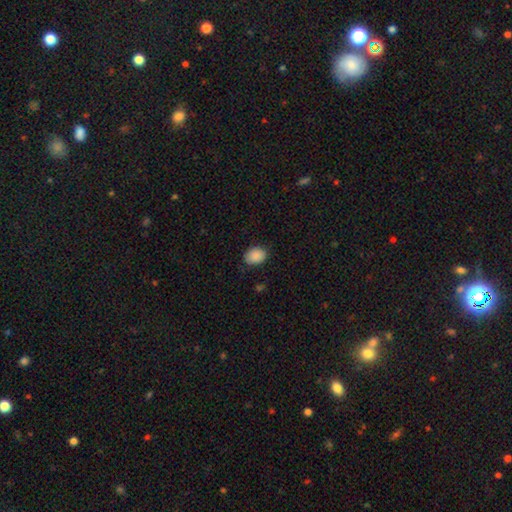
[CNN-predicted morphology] Q: Smooth or featured?
A: smooth (89%); runner-up: star or artifact (8%)
Q: How rounded?
A: in between (62%); runner-up: round (37%)
Q: Merging?
A: none (82%); runner-up: minor disturbance (14%)